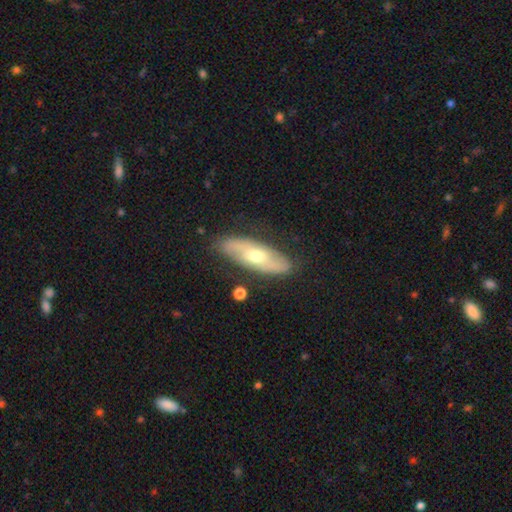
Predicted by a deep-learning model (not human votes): The model was most divided on "smooth or featured": featured or disk: 57%, smooth: 37%, star or artifact: 6%. More confident: merging — none (80%); edge-on disk — no (67%).